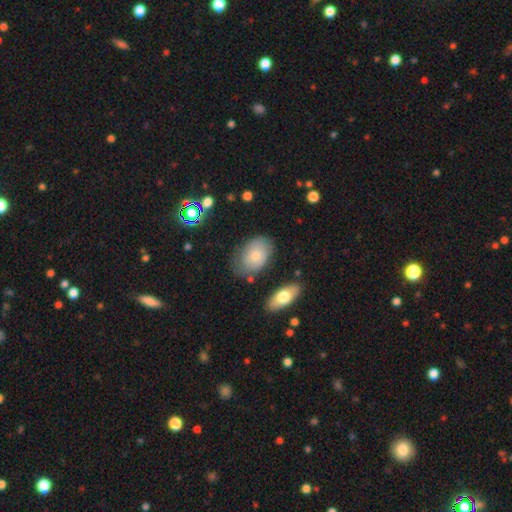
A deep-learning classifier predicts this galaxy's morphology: This appears to be a smooth galaxy with no disk features (68%) that is in between round and cigar-shaped (85%). Merging: none (64%).